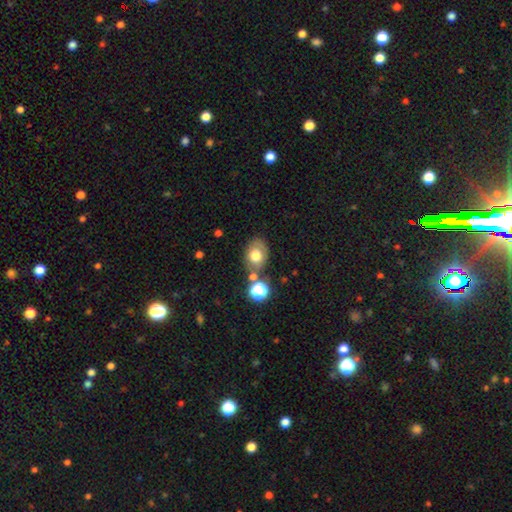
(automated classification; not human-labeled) The model was most divided on "how rounded": in between: 65%, round: 34%, cigar-shaped: 1%. More confident: smooth or featured — smooth (67%); merging — none (64%).